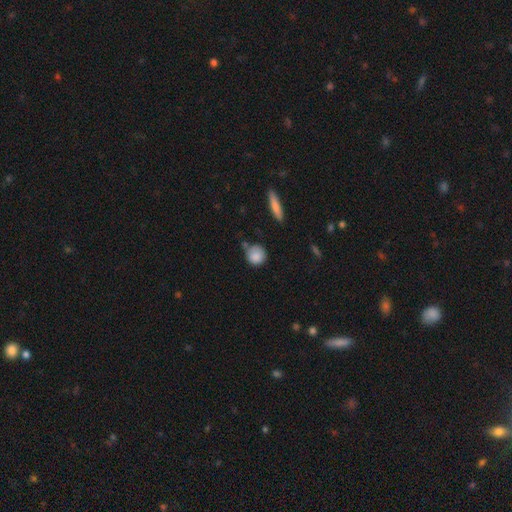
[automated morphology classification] A smooth galaxy with no disk features (85%) that is round (86%).

Vote fractions:
- Smooth or featured? smooth: 85% / star or artifact: 8% / featured or disk: 7%
- How rounded? round: 86% / in between: 12% / cigar-shaped: 2%
- Merging? none: 62% / minor disturbance: 24% / merger: 8% / major disturbance: 5%